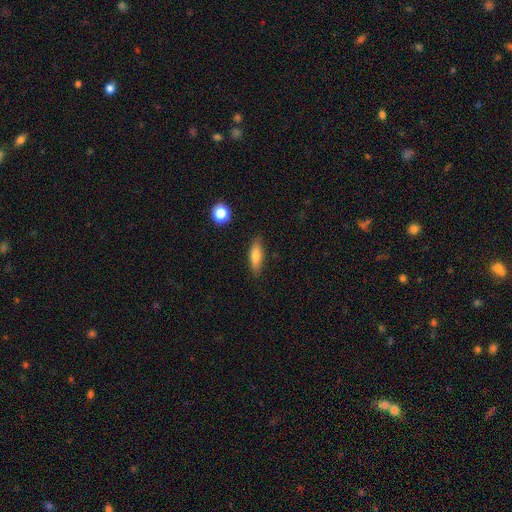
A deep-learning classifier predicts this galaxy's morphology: smooth-or-featured: smooth: 76% | featured or disk: 16% | star or artifact: 8%
  how-rounded: in between: 50% | cigar-shaped: 48% | round: 3%
  merging: none: 85% | minor disturbance: 11% | major disturbance: 2% | merger: 2%